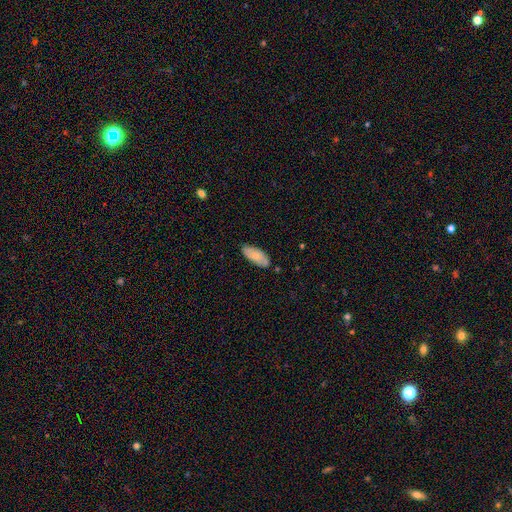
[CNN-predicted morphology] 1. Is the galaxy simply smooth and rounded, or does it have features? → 72% smooth, 22% featured or disk, 6% star or artifact.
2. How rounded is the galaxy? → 86% in between, 12% cigar-shaped, 2% round.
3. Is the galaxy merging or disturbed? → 80% none, 16% minor disturbance, 2% major disturbance, 2% merger.